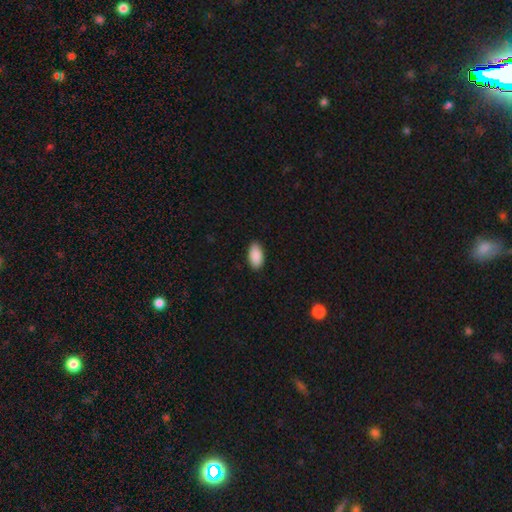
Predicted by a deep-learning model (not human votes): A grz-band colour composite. It shows a smooth galaxy with no disk features (91%) that is in between round and cigar-shaped (95%). Merging: none (89%).